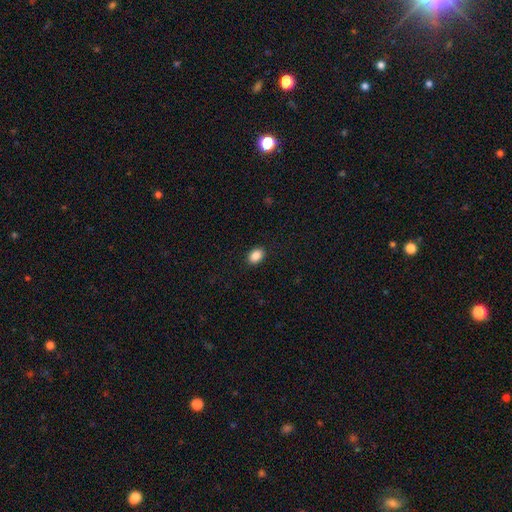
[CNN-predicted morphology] smooth 88%, star or artifact 8%, featured or disk 4%. Down the decision tree: how rounded — in between (77%); merging — none (90%).